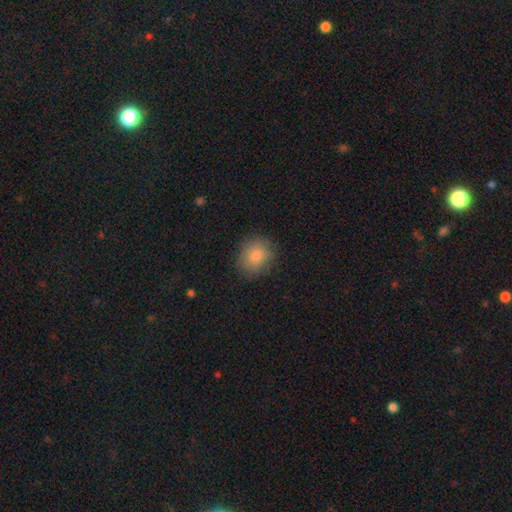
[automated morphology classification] This is clearly a smooth galaxy (81%). How rounded: likely round (71%). Merging: clearly none (83%).